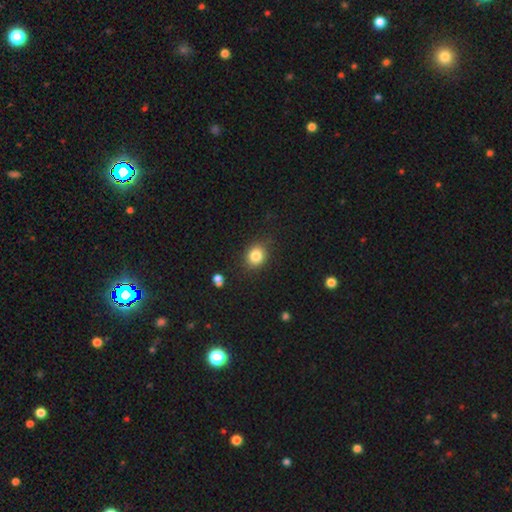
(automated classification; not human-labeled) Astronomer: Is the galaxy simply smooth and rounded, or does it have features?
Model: smooth — 84%.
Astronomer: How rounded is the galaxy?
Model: round — 67%.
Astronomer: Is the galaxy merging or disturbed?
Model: none — 83%.